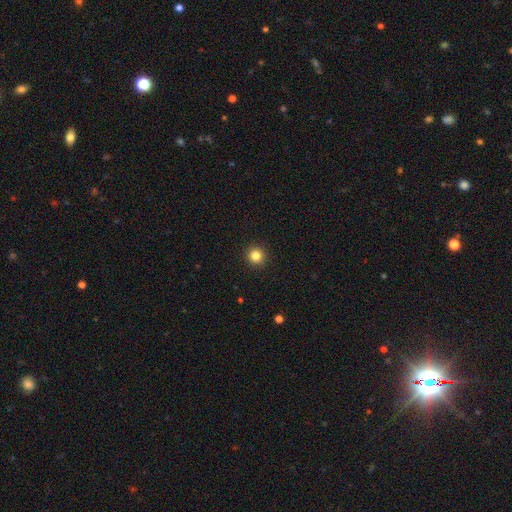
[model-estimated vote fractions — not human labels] smooth 83%, star or artifact 12%, featured or disk 5%. Down the decision tree: how rounded — round (95%); merging — none (93%).